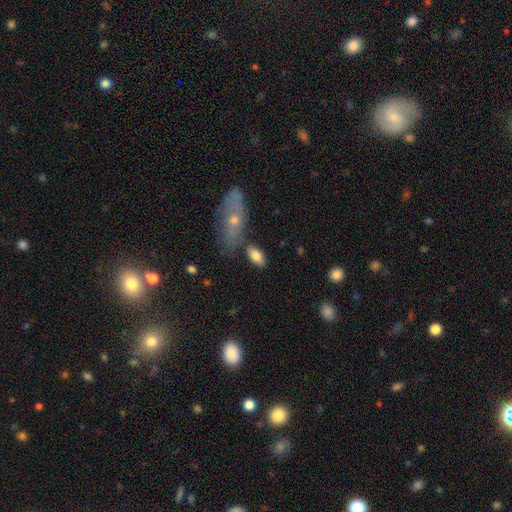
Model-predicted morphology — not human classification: smooth_or_featured: smooth (p=0.81) [alt: featured or disk p=0.12]
how_rounded: in between (p=0.91) [alt: cigar-shaped p=0.05]
merging: none (p=0.73) [alt: minor disturbance p=0.13]